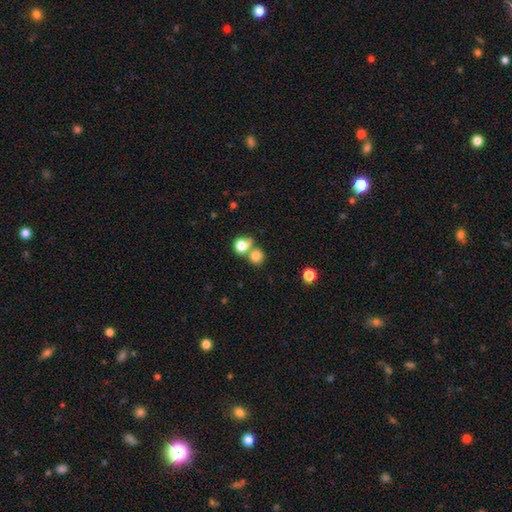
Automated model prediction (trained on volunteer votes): Smooth or featured? smooth (79%)
How rounded? round (86%)
Merging? none (51%)